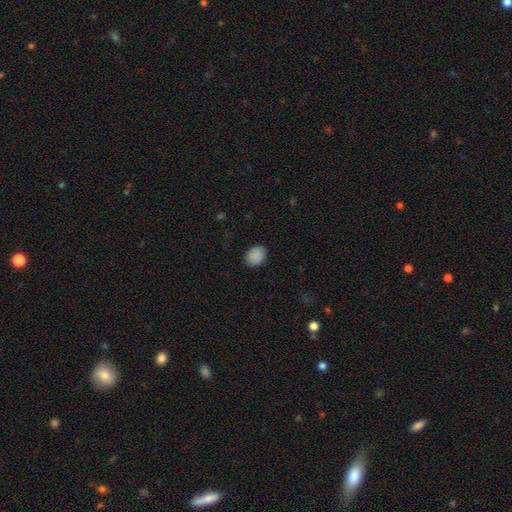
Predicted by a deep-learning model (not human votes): Smooth or featured: smooth — 89% (star or artifact — 8%)
How rounded: in between — 59% (round — 40%)
Merging: none — 86% (minor disturbance — 10%)